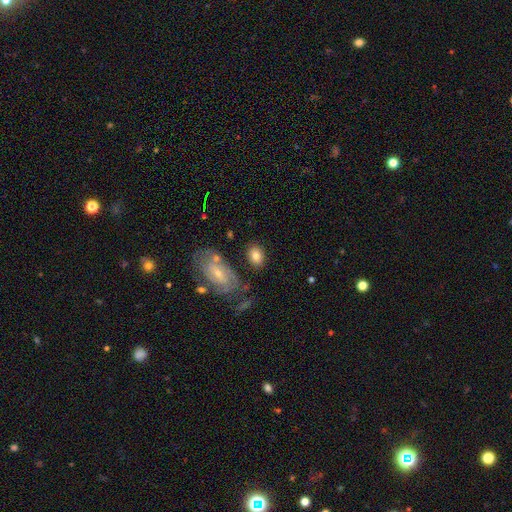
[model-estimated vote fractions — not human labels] Smooth or featured? Predicted: smooth (p=0.78). How rounded? Predicted: in between (p=0.69). Merging? Predicted: none (p=0.75).